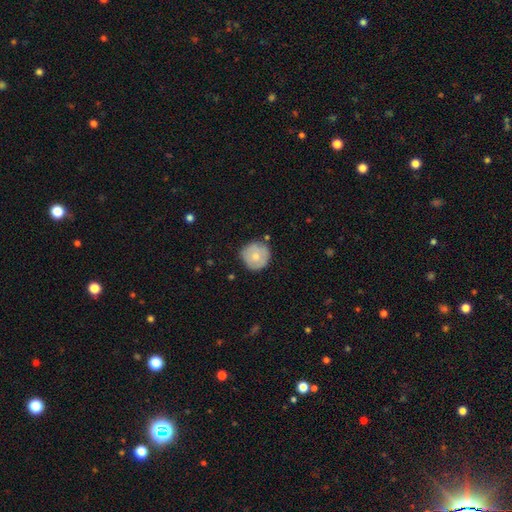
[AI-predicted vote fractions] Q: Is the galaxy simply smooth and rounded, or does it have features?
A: smooth — 66%.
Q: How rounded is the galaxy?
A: round — 94%.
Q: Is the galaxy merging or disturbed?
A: none — 79%.